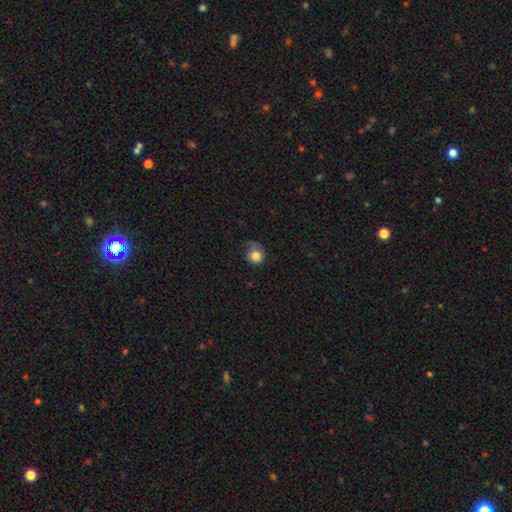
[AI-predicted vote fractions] Morphology: type=smooth (82%); roundness=round (83%); merging=none (44%).